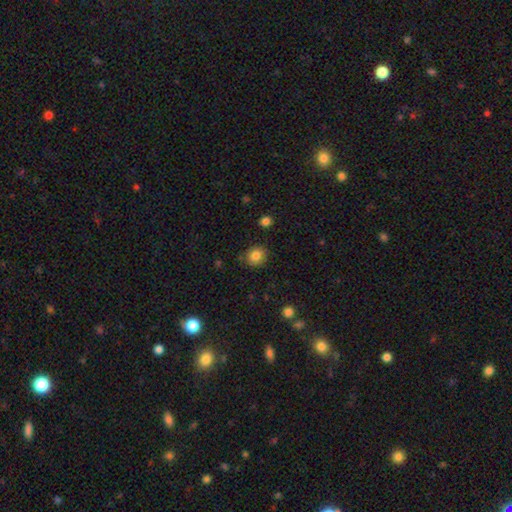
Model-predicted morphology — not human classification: smooth_or_featured: smooth (p=0.84) [alt: star or artifact p=0.10]
how_rounded: round (p=0.76) [alt: in between p=0.23]
merging: none (p=0.82) [alt: minor disturbance p=0.13]